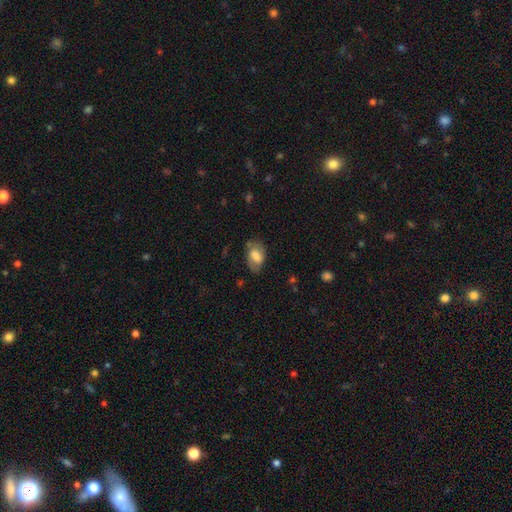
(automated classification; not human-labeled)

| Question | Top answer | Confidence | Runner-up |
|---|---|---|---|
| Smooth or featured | smooth | 64% | featured or disk (28%) |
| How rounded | in between | 88% | round (9%) |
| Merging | none | 59% | minor disturbance (27%) |